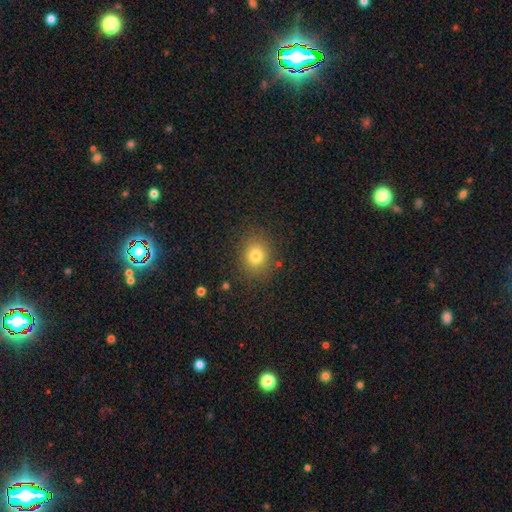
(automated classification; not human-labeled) Smooth or featured?
  - smooth: 78% *
  - star or artifact: 14%
  - featured or disk: 8%
How rounded?
  - round: 72% *
  - in between: 27%
  - cigar-shaped: 1%
Merging?
  - none: 86% *
  - minor disturbance: 9%
  - major disturbance: 3%
  - merger: 2%